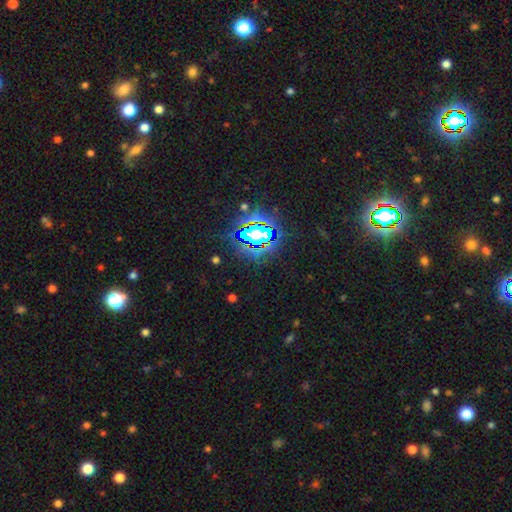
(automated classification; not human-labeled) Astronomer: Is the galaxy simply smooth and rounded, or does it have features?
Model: star or artifact — 80%.